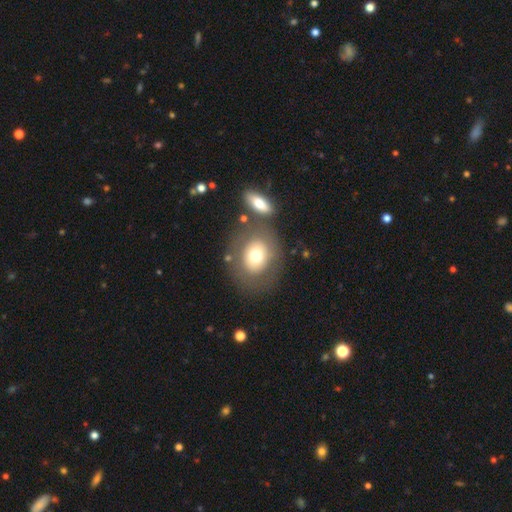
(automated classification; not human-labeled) Morphology: type=smooth (66%); roundness=round (57%); merging=none (65%).